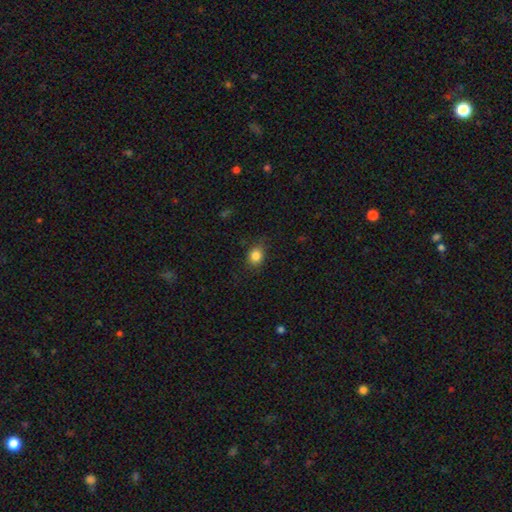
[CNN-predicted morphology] Smooth or featured? Predicted: smooth (p=0.84). How rounded? Predicted: round (p=0.54). Merging? Predicted: none (p=0.78).